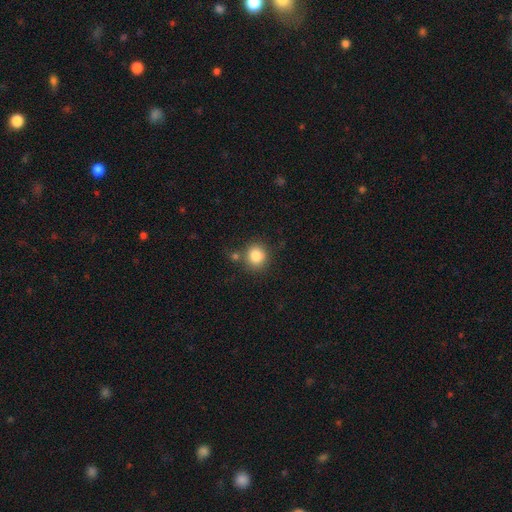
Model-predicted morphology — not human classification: Smooth or featured? smooth (83%)
How rounded? round (86%)
Merging? none (74%)